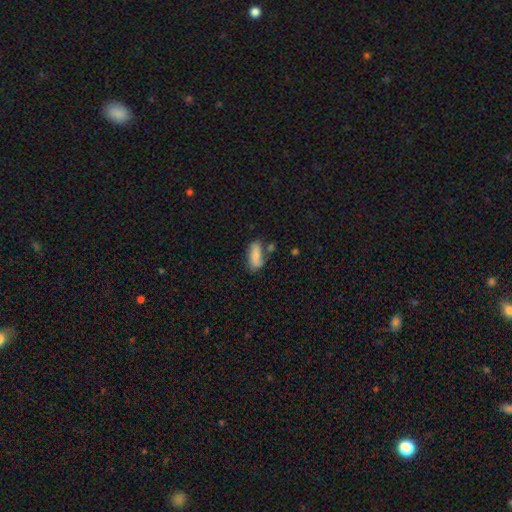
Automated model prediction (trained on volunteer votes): Overall: smooth (74%). How rounded: in between (76%). Merging: none (51%; minor disturbance 26%).